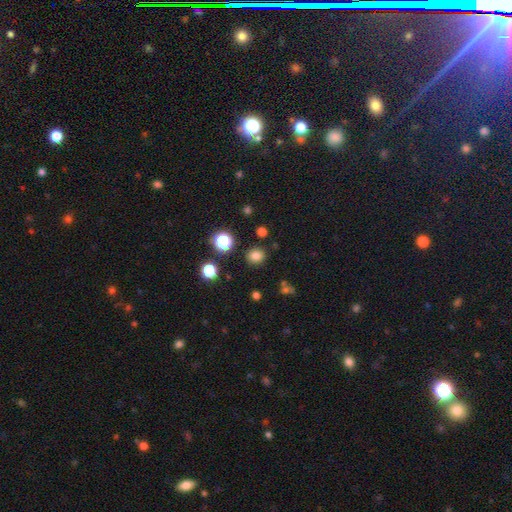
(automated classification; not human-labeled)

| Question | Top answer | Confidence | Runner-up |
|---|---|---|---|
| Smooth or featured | smooth | 79% | star or artifact (16%) |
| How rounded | round | 81% | in between (19%) |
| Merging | none | 87% | minor disturbance (7%) |